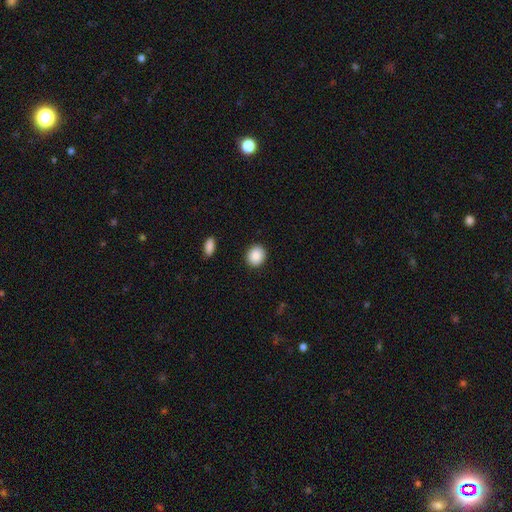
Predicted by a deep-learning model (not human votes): A smooth galaxy with no disk features (89%) that is round (68%). Merging: none (90%).